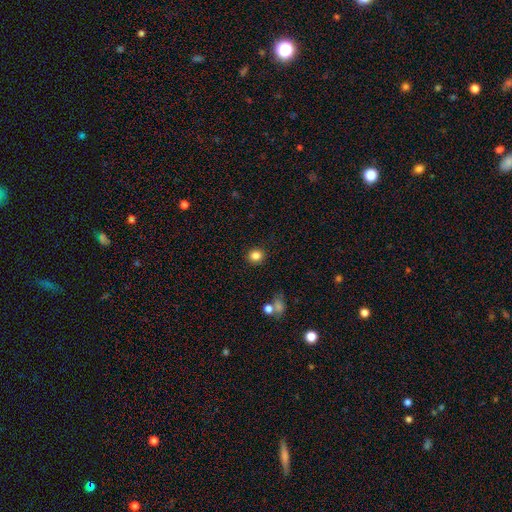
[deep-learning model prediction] smooth-or-featured: smooth: 84% | star or artifact: 11% | featured or disk: 5%
  how-rounded: round: 81% | in between: 18% | cigar-shaped: 1%
  merging: none: 90% | minor disturbance: 6% | major disturbance: 2% | merger: 2%